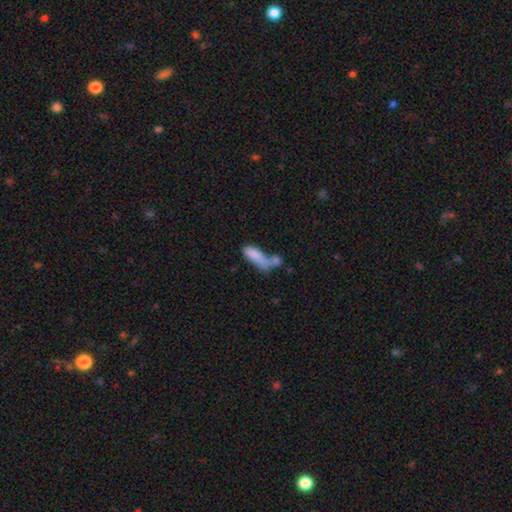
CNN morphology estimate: Q: Smooth or featured?
A: smooth (76%); runner-up: featured or disk (16%)
Q: How rounded?
A: in between (57%); runner-up: cigar-shaped (40%)
Q: Merging?
A: merger (49%); runner-up: none (21%)